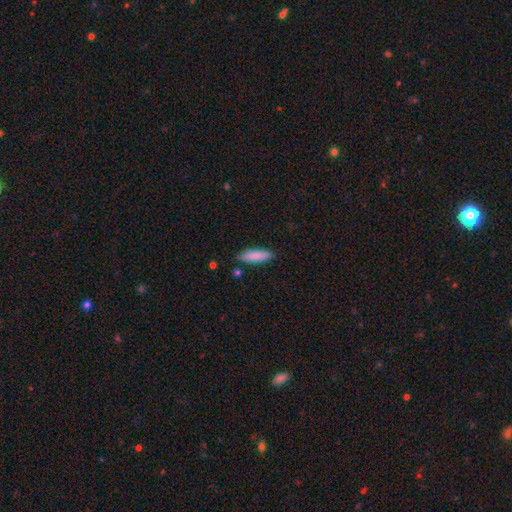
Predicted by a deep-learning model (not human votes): Overall: smooth (86%). How rounded: cigar-shaped (59%; in between 40%). Merging: none (84%).